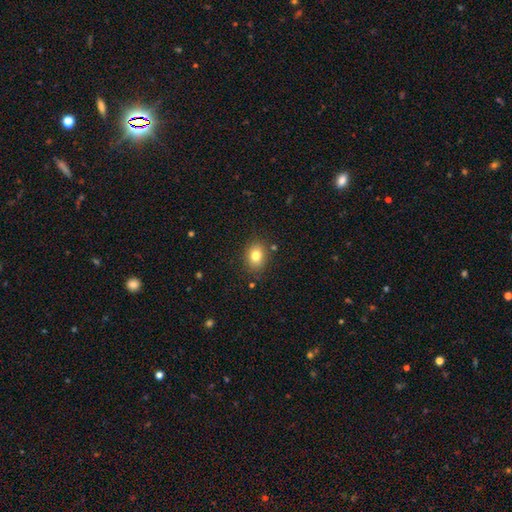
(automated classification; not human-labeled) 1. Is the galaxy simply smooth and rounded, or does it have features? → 79% smooth, 11% star or artifact, 10% featured or disk.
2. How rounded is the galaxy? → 57% in between, 42% round, 1% cigar-shaped.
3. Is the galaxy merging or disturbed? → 83% none, 12% minor disturbance, 3% major disturbance, 3% merger.